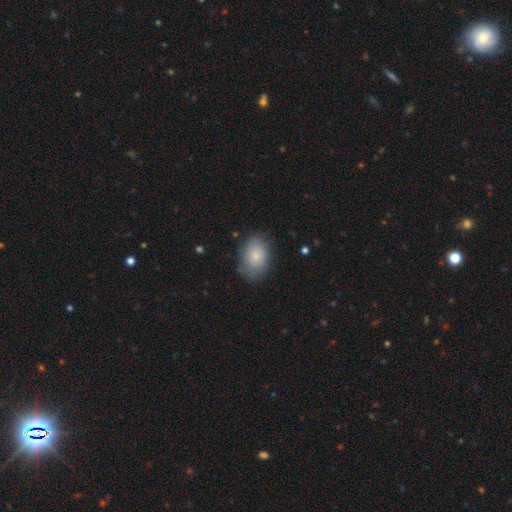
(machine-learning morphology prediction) Smooth or featured?
  - smooth: 76% *
  - featured or disk: 17%
  - star or artifact: 7%
How rounded?
  - in between: 79% *
  - round: 19%
  - cigar-shaped: 1%
Merging?
  - none: 73% *
  - minor disturbance: 20%
  - major disturbance: 6%
  - merger: 1%